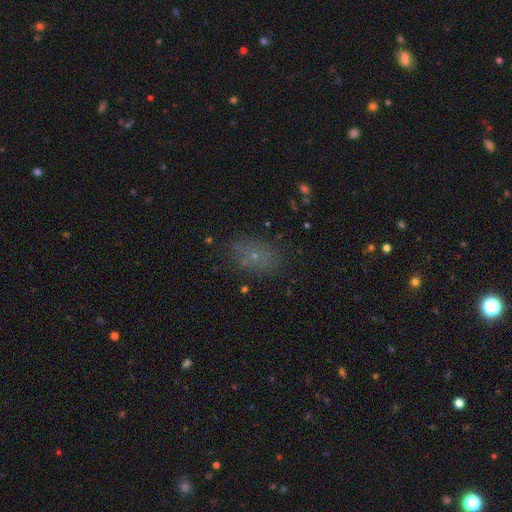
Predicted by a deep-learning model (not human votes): smooth 61%, star or artifact 24%, featured or disk 14%. Down the decision tree: how rounded — in between (73%); merging — none (77%).